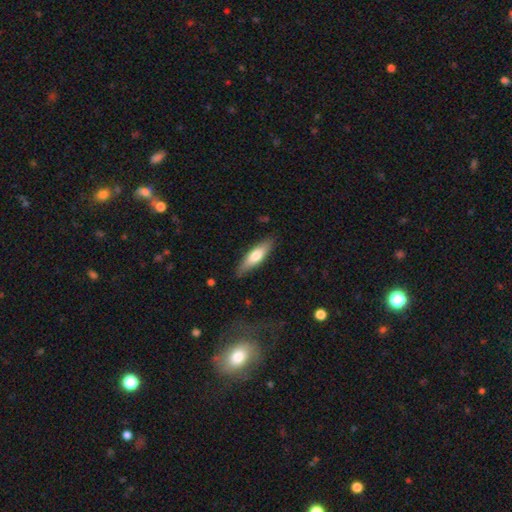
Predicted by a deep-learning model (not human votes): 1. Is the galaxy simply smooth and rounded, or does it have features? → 65% smooth, 29% featured or disk, 5% star or artifact.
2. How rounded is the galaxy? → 58% cigar-shaped, 41% in between, 2% round.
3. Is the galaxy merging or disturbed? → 84% none, 12% minor disturbance, 2% major disturbance, 1% merger.